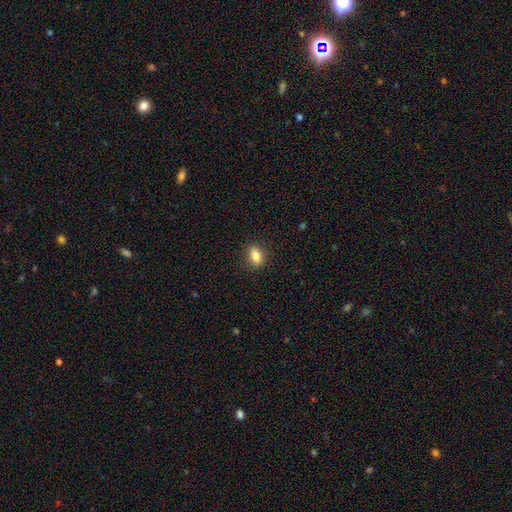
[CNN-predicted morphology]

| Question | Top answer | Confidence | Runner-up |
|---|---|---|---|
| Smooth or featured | smooth | 83% | featured or disk (8%) |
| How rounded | in between | 81% | round (12%) |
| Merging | none | 87% | minor disturbance (10%) |